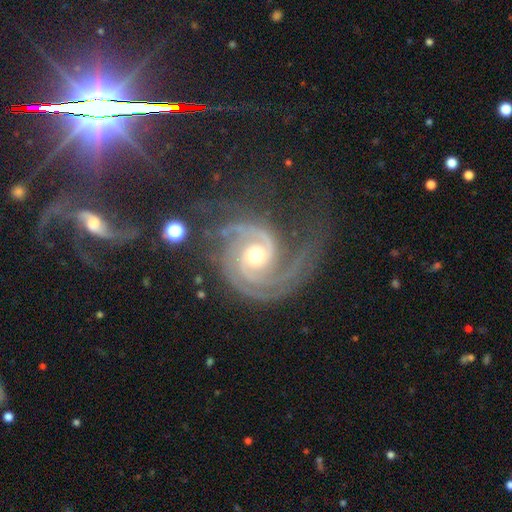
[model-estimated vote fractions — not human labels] A featured or disk galaxy (93%) with no bar (70%), 2 (41%) tight (59%) spiral arms (99%) and a moderate central bulge (64%).

Vote fractions:
- Smooth or featured? featured or disk: 93% / star or artifact: 5% / smooth: 3%
- Edge-on disk? no: 98% / yes: 2%
- Bar? no: 70% / weak: 22% / strong: 8%
- Spiral arms? yes: 99% / no: 1%
- Spiral winding? tight: 59% / medium: 34% / loose: 6%
- Spiral arm count? 2: 41% / 3: 29% / can't tell: 9% / 1: 7% / 4: 7% / more than 4: 6%
- Bulge size? moderate: 64% / small: 30% / large: 4% / none: 1% / dominant: 1%
- Merging? none: 59% / minor disturbance: 21% / major disturbance: 17% / merger: 2%